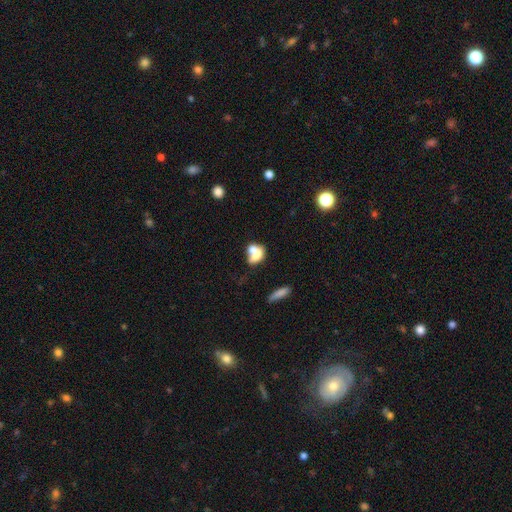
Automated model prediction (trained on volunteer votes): smooth 65%, featured or disk 26%, star or artifact 10%. Down the decision tree: how rounded — in between (61%); merging — merger (60%).